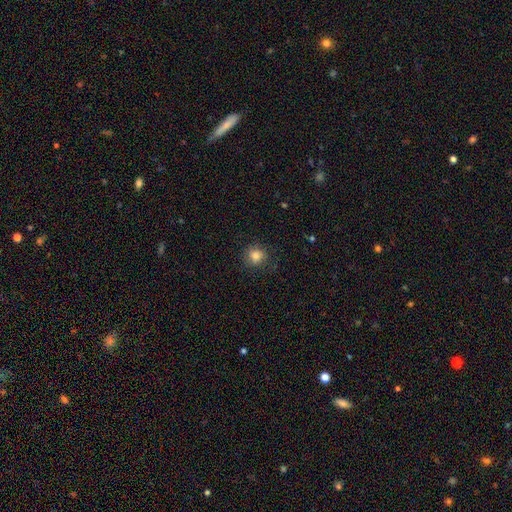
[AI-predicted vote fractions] A smooth galaxy with no disk features (82%) that is round (83%). Merging: none (81%).